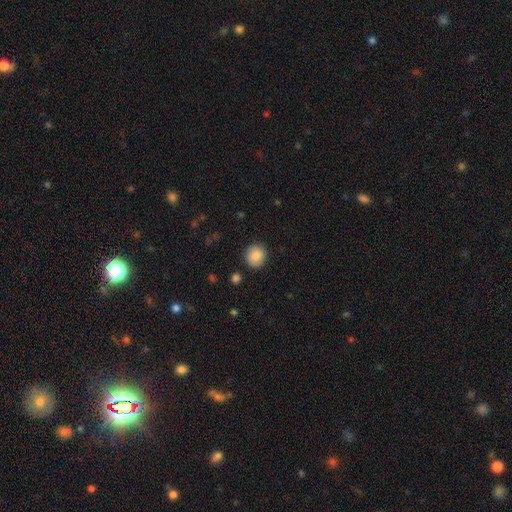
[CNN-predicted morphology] Smooth or featured: smooth — 85% (star or artifact — 8%)
How rounded: round — 87% (in between — 12%)
Merging: none — 88% (minor disturbance — 8%)